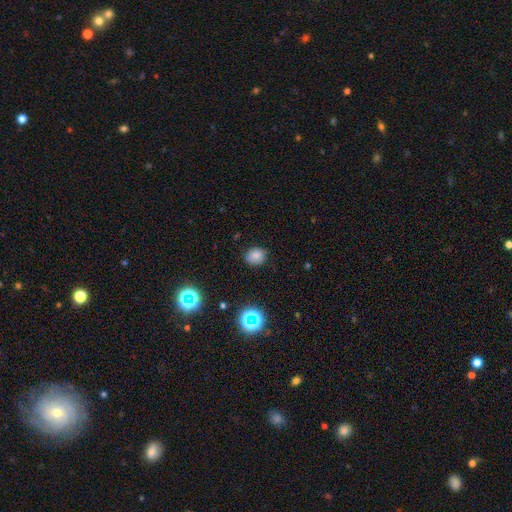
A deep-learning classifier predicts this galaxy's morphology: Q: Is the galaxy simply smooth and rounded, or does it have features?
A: smooth — 76%.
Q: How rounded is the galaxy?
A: round — 65%.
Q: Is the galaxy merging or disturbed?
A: none — 80%.